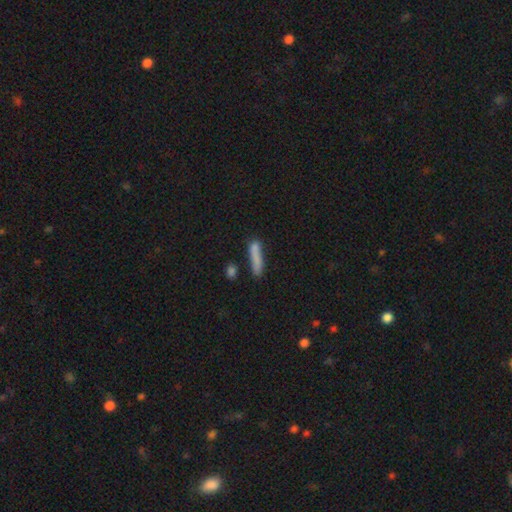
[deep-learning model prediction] Smooth or featured? smooth (78%)
How rounded? cigar-shaped (84%)
Merging? none (61%)